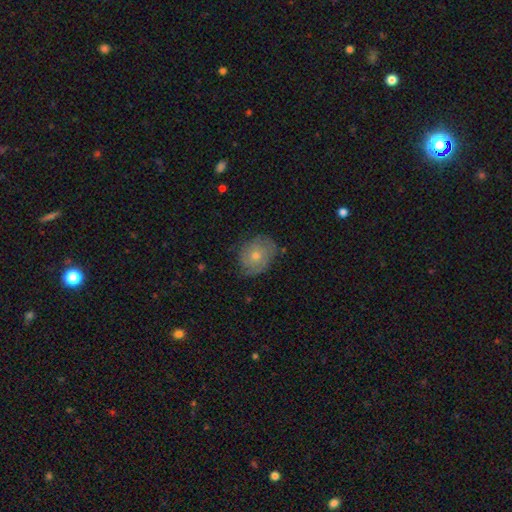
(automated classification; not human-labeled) Smooth or featured?
  - featured or disk: 46% *
  - smooth: 44%
  - star or artifact: 10%
Merging?
  - none: 72% *
  - minor disturbance: 21%
  - major disturbance: 6%
  - merger: 1%